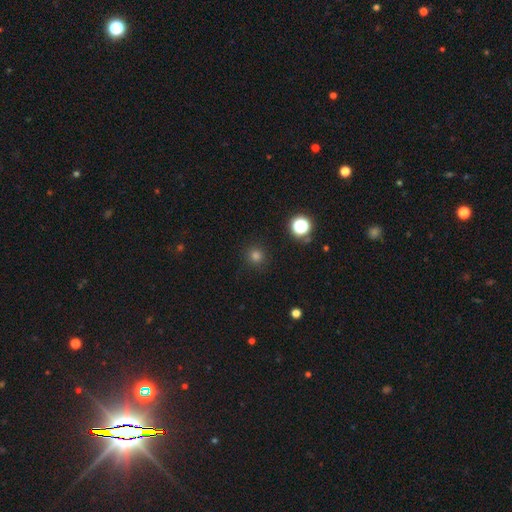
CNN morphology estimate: A smooth galaxy with no disk features (76%) that is round (95%).

Vote fractions:
- Smooth or featured? smooth: 76% / star or artifact: 19% / featured or disk: 4%
- How rounded? round: 95% / in between: 4% / cigar-shaped: 1%
- Merging? none: 91% / minor disturbance: 6% / major disturbance: 2% / merger: 1%